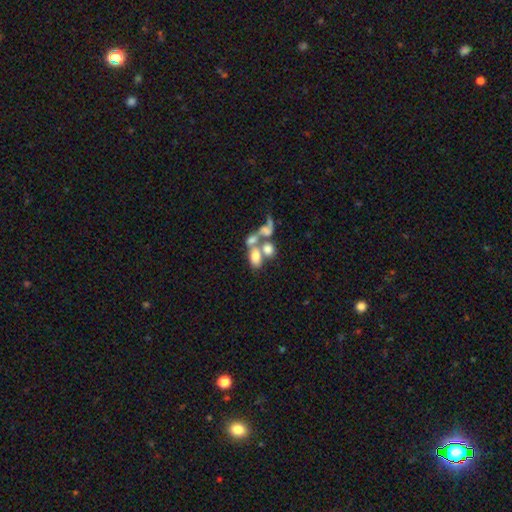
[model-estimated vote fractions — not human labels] This is likely a smooth galaxy (64%). How rounded: clearly in between (84%). Merging: possibly merger (59%).